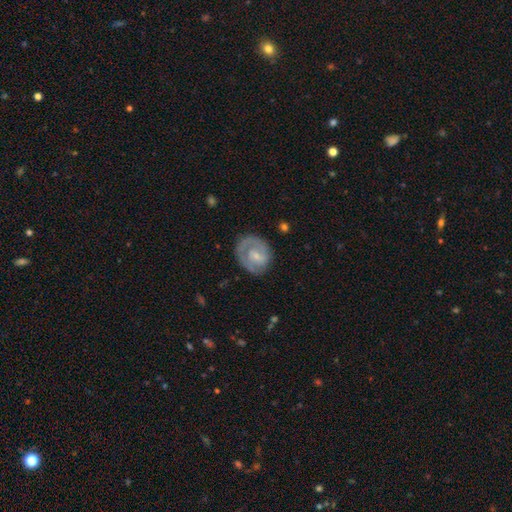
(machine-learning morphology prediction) This appears to be a featured or disk galaxy (66%) with no bar (45%), 2 (47%) tight (51%) spiral arms (80%) and a small central bulge (62%). Merging: none (68%).